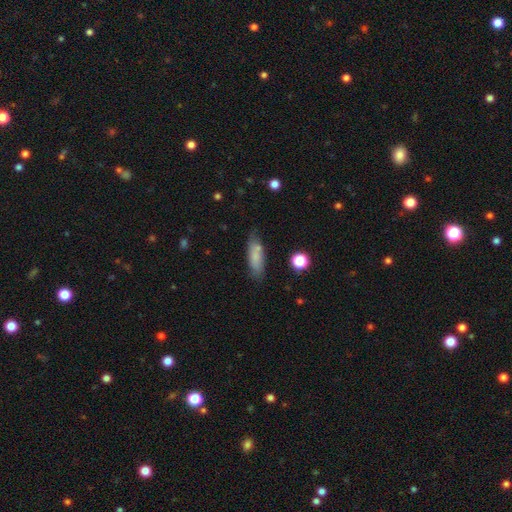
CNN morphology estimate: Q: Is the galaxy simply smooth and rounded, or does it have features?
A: smooth — 78%.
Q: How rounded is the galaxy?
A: in between — 53%.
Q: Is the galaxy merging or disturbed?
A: none — 73%.